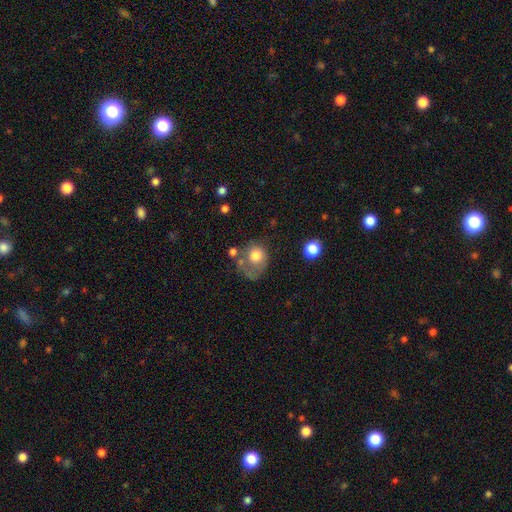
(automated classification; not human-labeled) Smooth or featured: smooth — 68% (featured or disk — 23%)
How rounded: round — 63% (in between — 36%)
Merging: major disturbance — 37% (none — 28%)